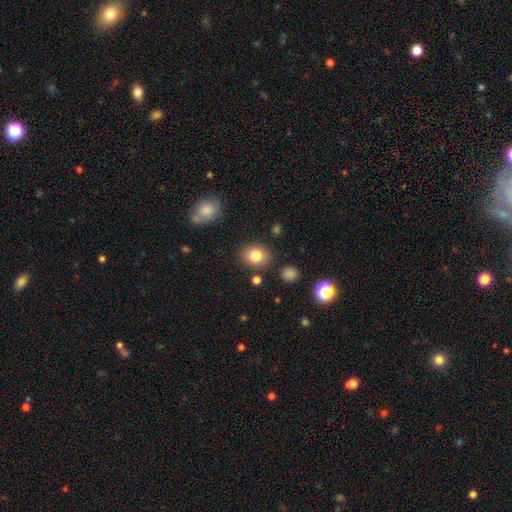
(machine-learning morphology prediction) Smooth or featured: smooth — 82% (star or artifact — 10%)
How rounded: round — 71% (in between — 28%)
Merging: none — 85% (minor disturbance — 9%)